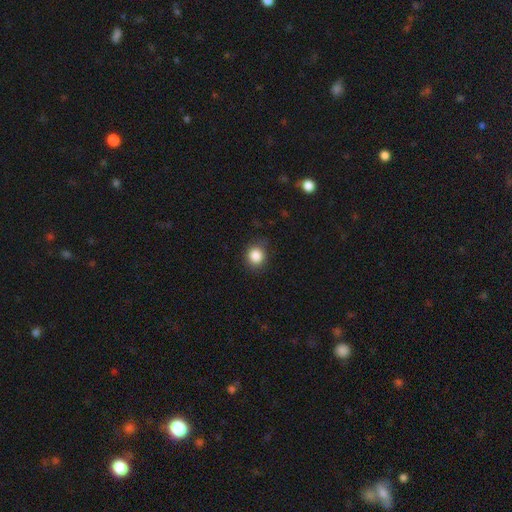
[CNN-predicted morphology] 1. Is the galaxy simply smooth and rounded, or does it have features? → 86% smooth, 10% star or artifact, 4% featured or disk.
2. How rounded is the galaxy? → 82% round, 17% in between, 1% cigar-shaped.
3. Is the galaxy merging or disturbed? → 83% none, 12% minor disturbance, 3% major disturbance, 1% merger.